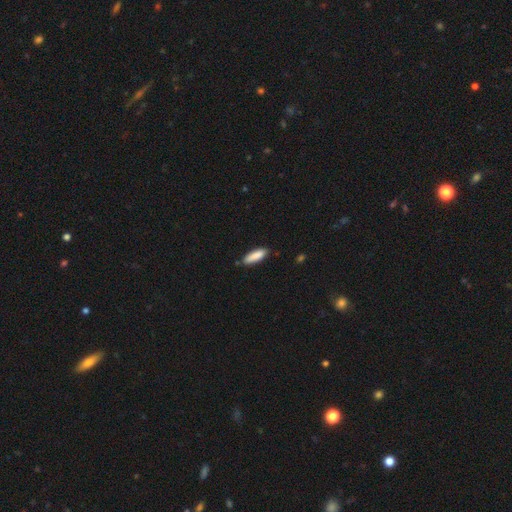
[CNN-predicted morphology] A smooth galaxy with no disk features (87%) that is cigar-shaped (57%). Merging: none (81%).